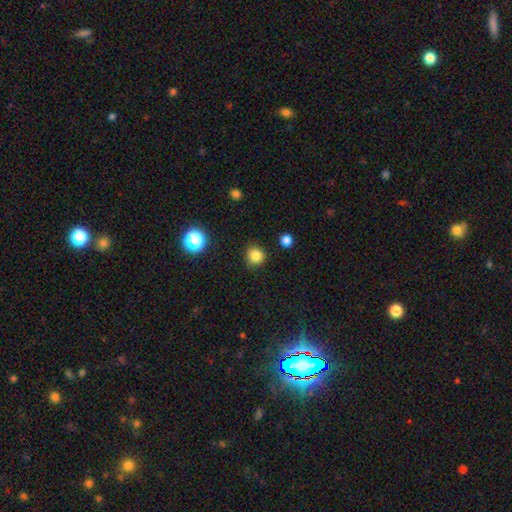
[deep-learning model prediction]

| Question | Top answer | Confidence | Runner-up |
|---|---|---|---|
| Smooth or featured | smooth | 83% | star or artifact (13%) |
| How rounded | round | 93% | in between (6%) |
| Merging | none | 90% | minor disturbance (6%) |